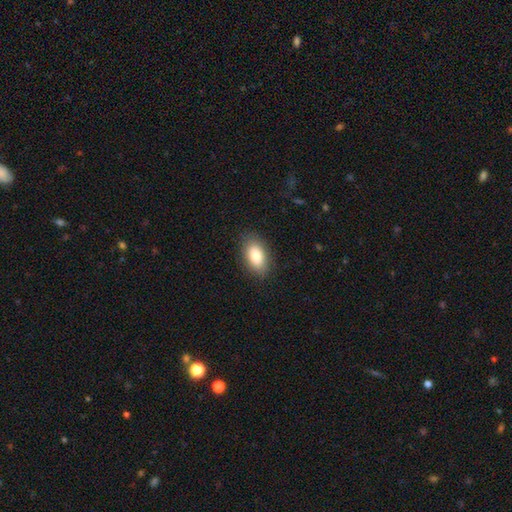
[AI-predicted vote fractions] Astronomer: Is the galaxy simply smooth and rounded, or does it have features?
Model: smooth — 82%.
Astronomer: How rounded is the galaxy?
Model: in between — 92%.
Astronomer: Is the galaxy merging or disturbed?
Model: none — 85%.